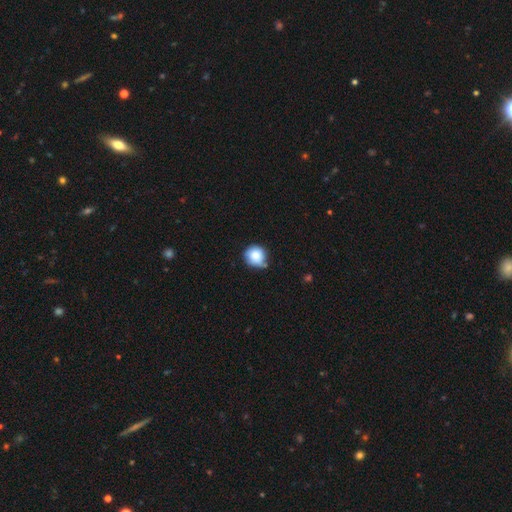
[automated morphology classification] Q: Smooth or featured?
A: smooth (84%); runner-up: star or artifact (9%)
Q: How rounded?
A: round (90%); runner-up: in between (9%)
Q: Merging?
A: none (60%); runner-up: minor disturbance (28%)